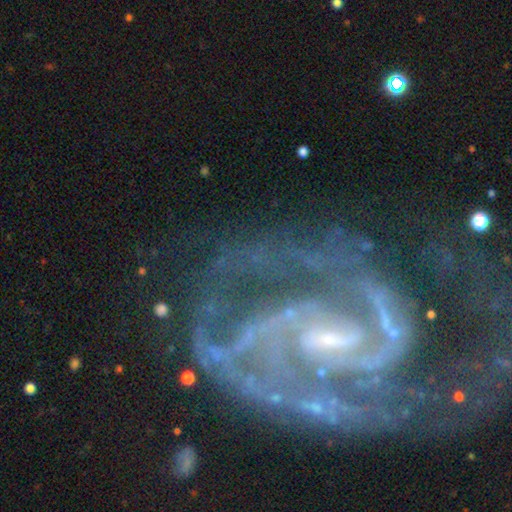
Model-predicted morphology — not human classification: type=featured or disk (90%); edge-on=no (98%); bar=weak (45%); spiral arms=yes (98%); winding=tight (45%); arm count=2 (49%); bulge=small (71%); merging=none (59%).